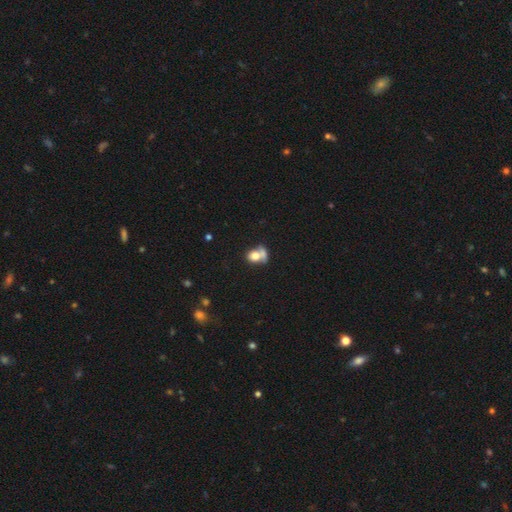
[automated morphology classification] A smooth galaxy with no disk features (73%) that is round (55%). Merging: merger (54%).